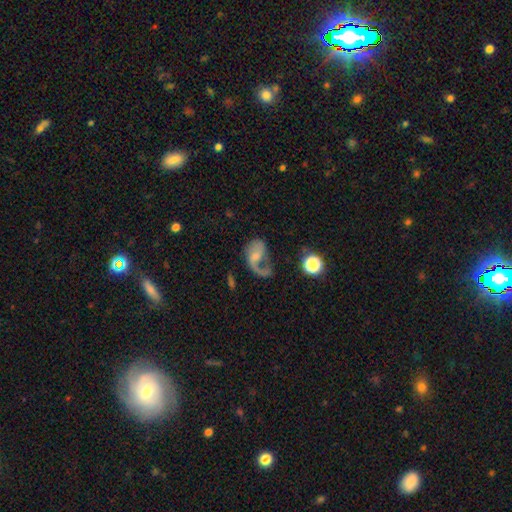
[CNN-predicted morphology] A featured or disk galaxy (68%) with no bar (54%), 1 (60%) loose (64%) spiral arms (86%) and a small central bulge (37%). Merging: major disturbance (47%).